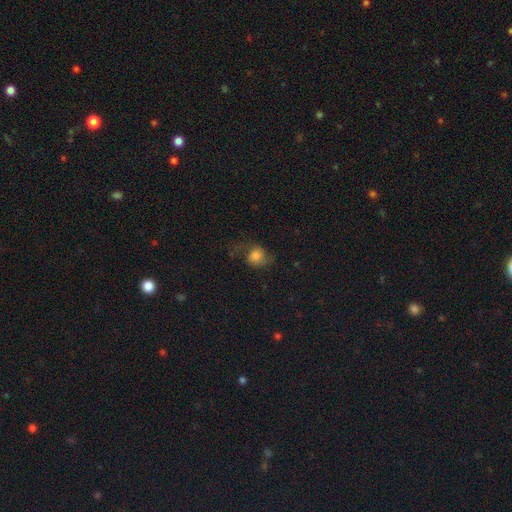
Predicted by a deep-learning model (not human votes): smooth 59%, featured or disk 29%, star or artifact 11%. Down the decision tree: how rounded — round (69%); merging — none (49%).